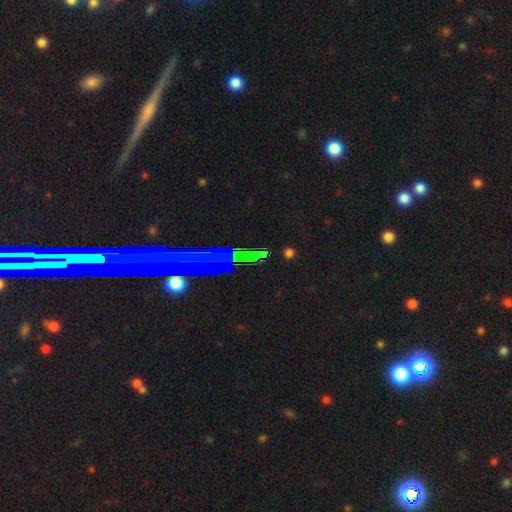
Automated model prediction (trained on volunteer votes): Smooth or featured? star or artifact (56%)